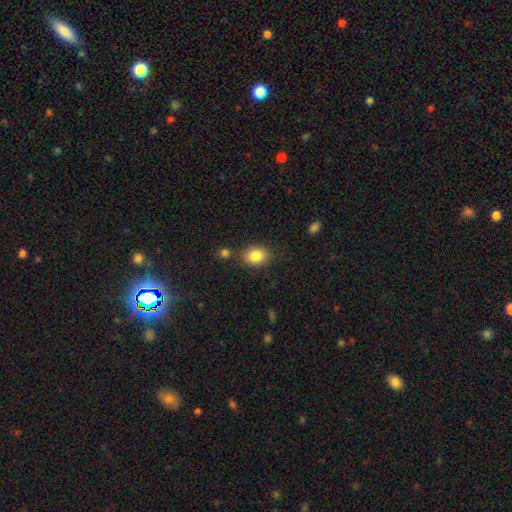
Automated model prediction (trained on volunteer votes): Smooth or featured: smooth — 85% (star or artifact — 9%)
How rounded: in between — 67% (round — 32%)
Merging: none — 77% (minor disturbance — 13%)